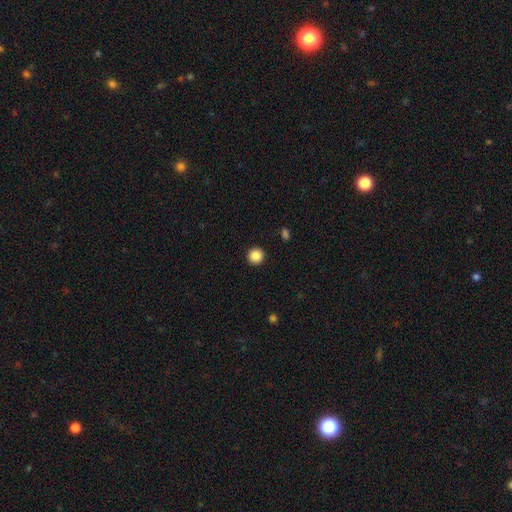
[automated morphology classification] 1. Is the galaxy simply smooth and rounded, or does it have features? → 87% smooth, 10% star or artifact, 3% featured or disk.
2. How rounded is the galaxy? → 96% round, 3% in between, 1% cigar-shaped.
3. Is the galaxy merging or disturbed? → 93% none, 4% minor disturbance, 2% major disturbance, 1% merger.